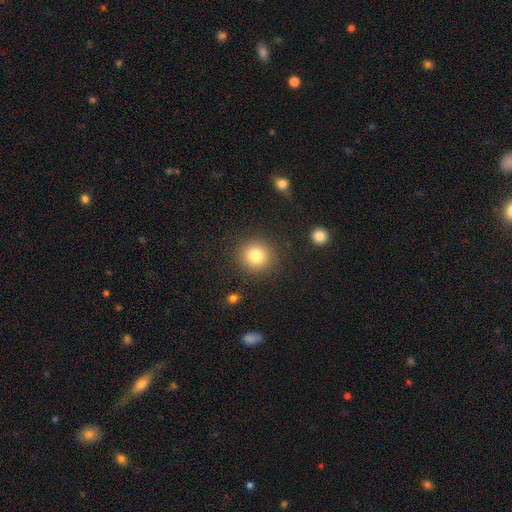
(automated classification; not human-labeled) A smooth galaxy with no disk features (81%) that is round (90%).

Vote fractions:
- Smooth or featured? smooth: 81% / star or artifact: 11% / featured or disk: 8%
- How rounded? round: 90% / in between: 9% / cigar-shaped: 1%
- Merging? none: 88% / minor disturbance: 7% / major disturbance: 3% / merger: 2%